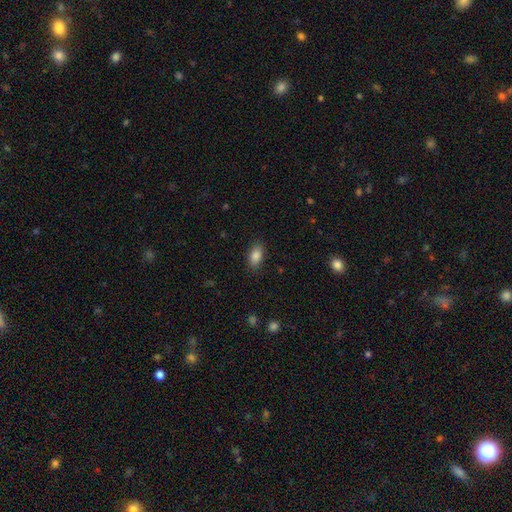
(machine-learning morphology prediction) The model was most divided on "merging": none: 87%, minor disturbance: 10%, major disturbance: 3%, merger: 1%. More confident: how rounded — in between (91%); smooth or featured — smooth (86%).